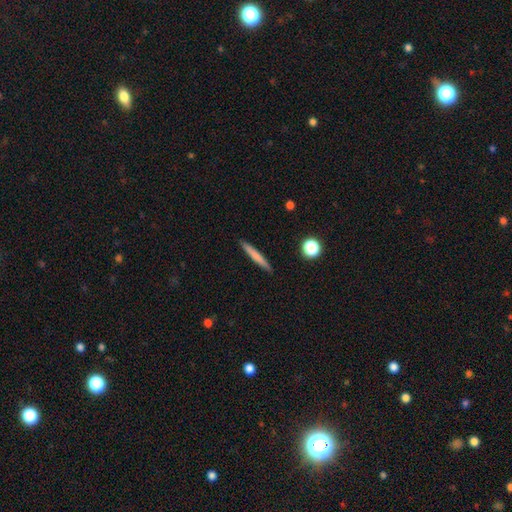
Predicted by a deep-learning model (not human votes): smooth-or-featured: smooth: 68% | featured or disk: 26% | star or artifact: 6%
  how-rounded: cigar-shaped: 96% | in between: 3% | round: 2%
  merging: none: 91% | minor disturbance: 6% | major disturbance: 1% | merger: 1%